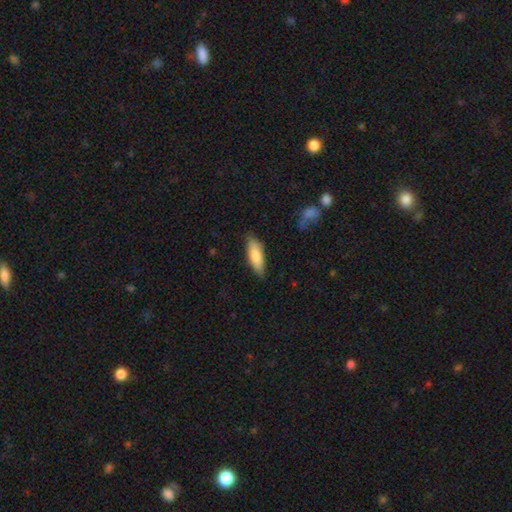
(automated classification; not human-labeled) A smooth galaxy with no disk features (83%) that is in between round and cigar-shaped (56%).

Vote fractions:
- Smooth or featured? smooth: 83% / featured or disk: 11% / star or artifact: 6%
- How rounded? in between: 56% / cigar-shaped: 42% / round: 2%
- Merging? none: 80% / minor disturbance: 15% / major disturbance: 3% / merger: 1%